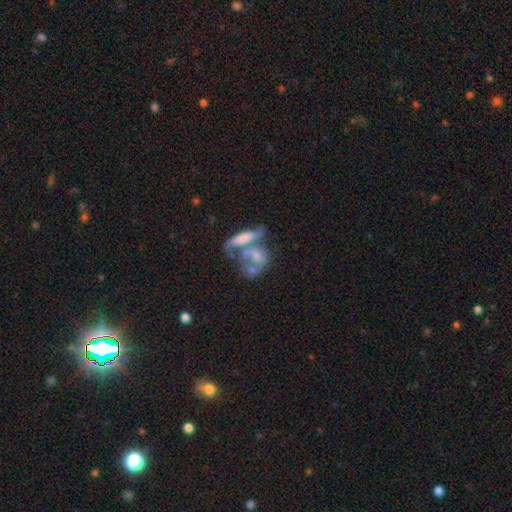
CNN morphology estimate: A smooth galaxy with no disk features (48%). Merging: merger (59%).